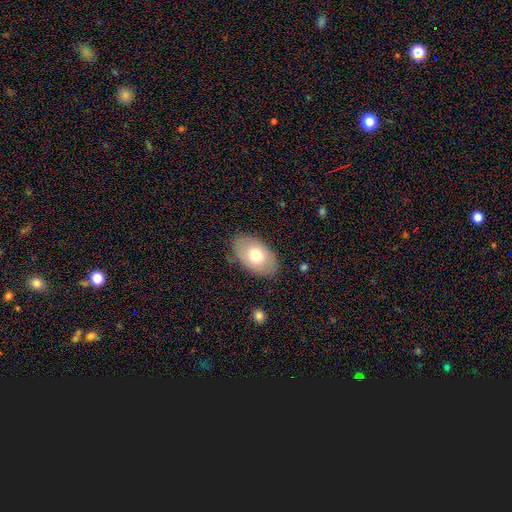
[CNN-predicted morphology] smooth_or_featured: smooth (p=0.68) [alt: featured or disk p=0.26]
how_rounded: in between (p=0.92) [alt: round p=0.07]
merging: none (p=0.83) [alt: minor disturbance p=0.13]